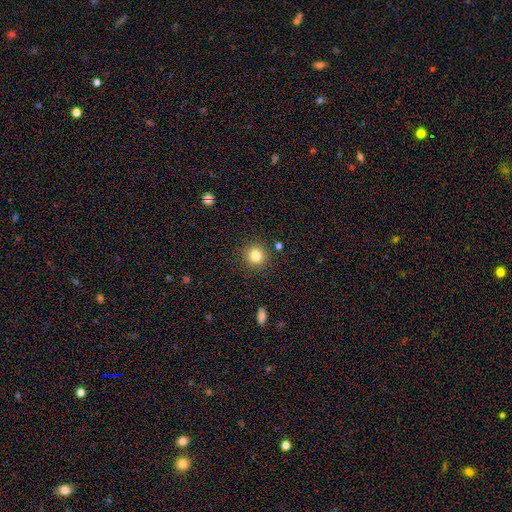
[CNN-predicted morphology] Q: Smooth or featured?
A: smooth (81%); runner-up: star or artifact (12%)
Q: How rounded?
A: round (92%); runner-up: in between (7%)
Q: Merging?
A: none (89%); runner-up: minor disturbance (7%)